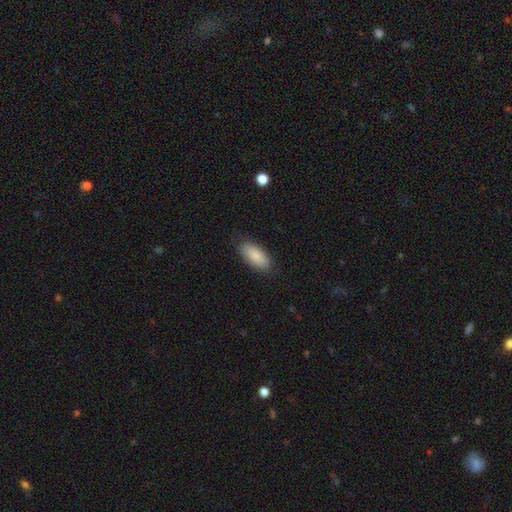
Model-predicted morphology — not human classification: smooth 85%, featured or disk 9%, star or artifact 6%. Down the decision tree: how rounded — in between (91%); merging — none (83%).